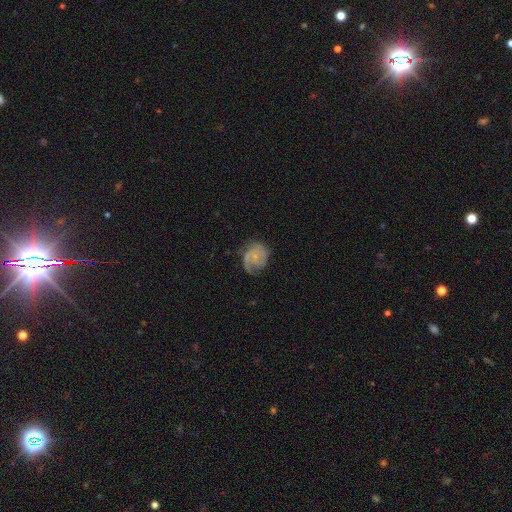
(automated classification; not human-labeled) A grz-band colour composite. It shows a featured or disk galaxy (71%) with no bar (74%), 2 (40%) tight (42%) spiral arms (90%) and a small central bulge (72%). Merging: none (56%).